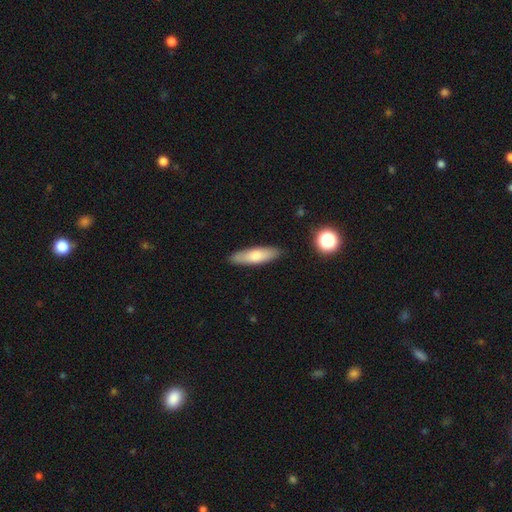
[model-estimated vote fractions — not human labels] smooth-or-featured: smooth: 70% | featured or disk: 24% | star or artifact: 6%
  how-rounded: cigar-shaped: 62% | in between: 37% | round: 2%
  merging: none: 88% | minor disturbance: 9% | major disturbance: 2% | merger: 2%